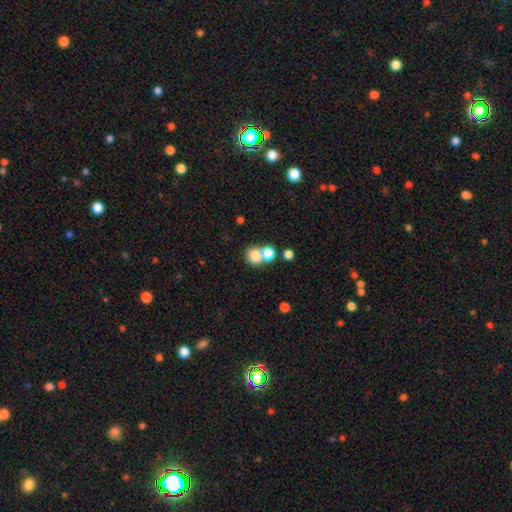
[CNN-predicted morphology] smooth 78%, star or artifact 12%, featured or disk 10%. Down the decision tree: how rounded — round (79%); merging — merger (48%).